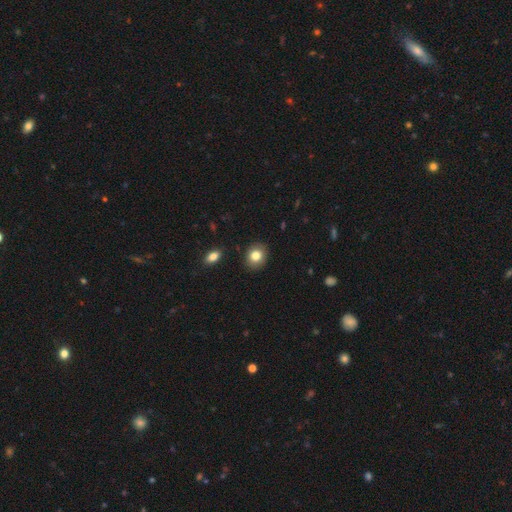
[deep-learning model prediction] smooth-or-featured: smooth: 82% | star or artifact: 9% | featured or disk: 9%
  how-rounded: round: 67% | in between: 32% | cigar-shaped: 1%
  merging: none: 89% | minor disturbance: 8% | major disturbance: 2% | merger: 1%